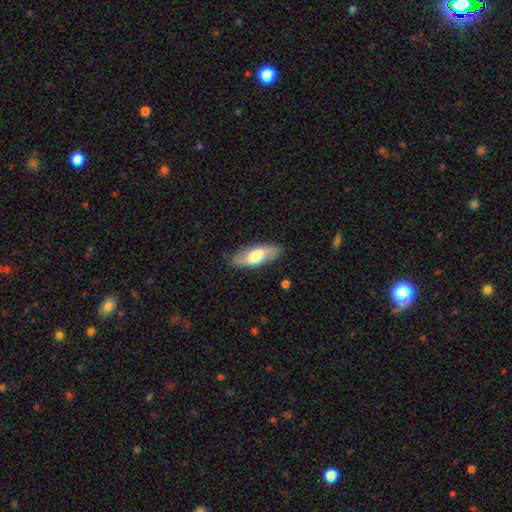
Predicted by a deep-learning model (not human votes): featured or disk 51%, smooth 44%, star or artifact 5%. Down the decision tree: edge-on disk — no (81%); merging — none (85%).